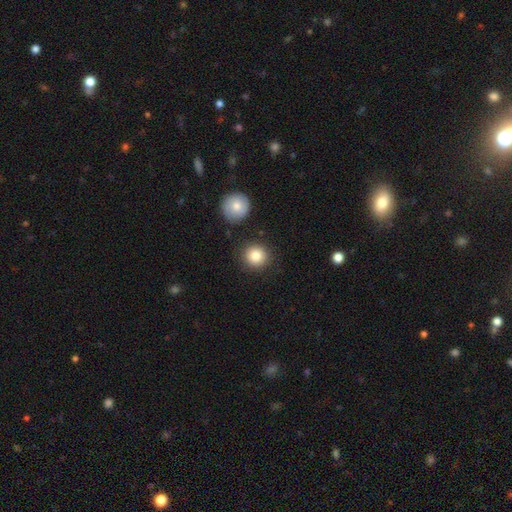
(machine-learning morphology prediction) smooth 84%, star or artifact 9%, featured or disk 7%. Down the decision tree: how rounded — round (93%); merging — none (86%).